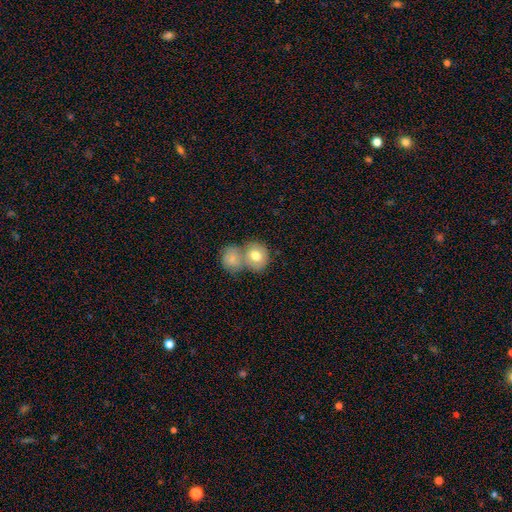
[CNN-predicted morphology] The model was most divided on "merging": merger: 51%, none: 36%, minor disturbance: 9%, major disturbance: 4%. More confident: smooth or featured — smooth (77%); how rounded — round (72%).